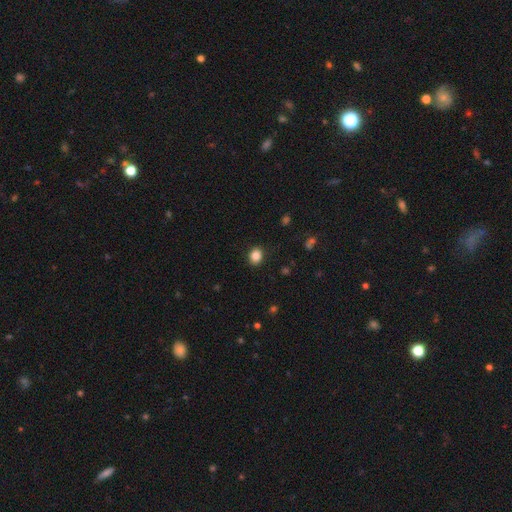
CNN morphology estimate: smooth-or-featured: smooth: 85% | star or artifact: 10% | featured or disk: 5%
  how-rounded: round: 59% | in between: 40% | cigar-shaped: 1%
  merging: none: 89% | minor disturbance: 8% | major disturbance: 2% | merger: 1%